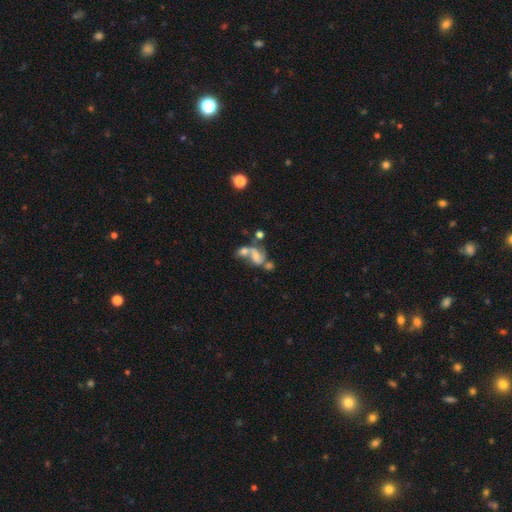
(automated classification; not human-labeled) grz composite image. It shows a featured or disk galaxy (55%) with no bar (60%), spiral arms (66%) and no central bulge (33%). Merging: merger (56%).